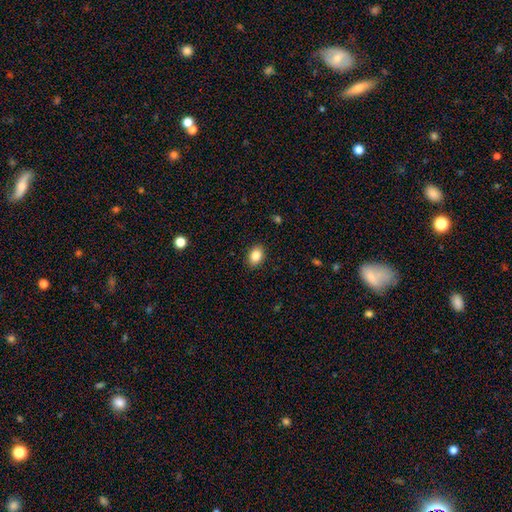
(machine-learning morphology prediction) A smooth galaxy with no disk features (86%) that is in between round and cigar-shaped (80%).

Vote fractions:
- Smooth or featured? smooth: 86% / star or artifact: 8% / featured or disk: 6%
- How rounded? in between: 80% / round: 19% / cigar-shaped: 1%
- Merging? none: 89% / minor disturbance: 8% / major disturbance: 2% / merger: 1%